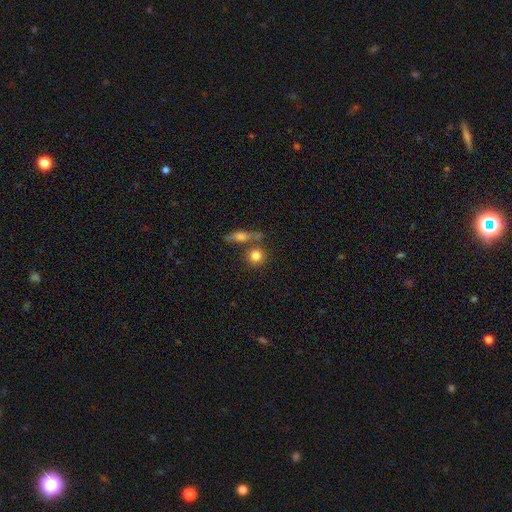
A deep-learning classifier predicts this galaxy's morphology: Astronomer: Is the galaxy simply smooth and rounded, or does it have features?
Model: smooth — 78%.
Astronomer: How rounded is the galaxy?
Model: round — 84%.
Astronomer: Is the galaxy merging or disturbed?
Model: none — 63%.